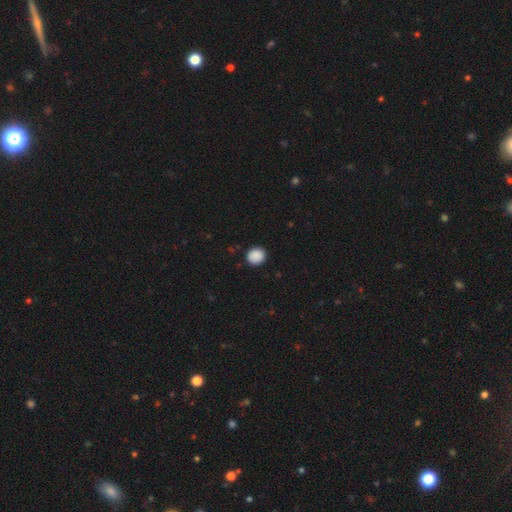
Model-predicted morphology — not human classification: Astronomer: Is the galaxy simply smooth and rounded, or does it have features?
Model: smooth — 89%.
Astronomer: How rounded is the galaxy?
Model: round — 85%.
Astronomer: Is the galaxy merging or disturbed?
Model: none — 90%.